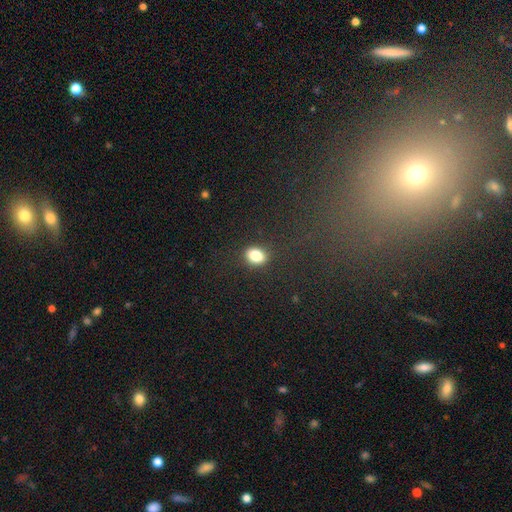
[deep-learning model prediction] Overall: smooth (83%). How rounded: in between (64%; round 35%). Merging: none (86%).